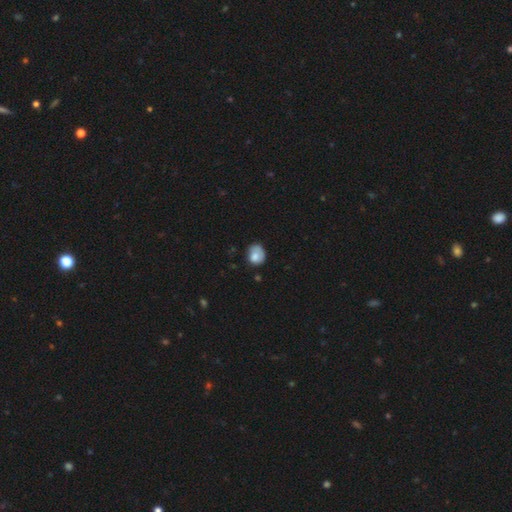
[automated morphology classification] Smooth or featured: smooth — 76% (featured or disk — 16%)
How rounded: round — 63% (in between — 36%)
Merging: none — 54% (minor disturbance — 31%)